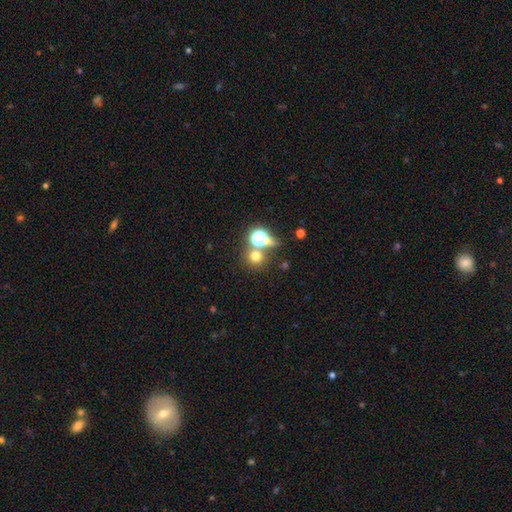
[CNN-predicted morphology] This appears to be a smooth galaxy with no disk features (64%) that is round (88%). Merging: none (66%).